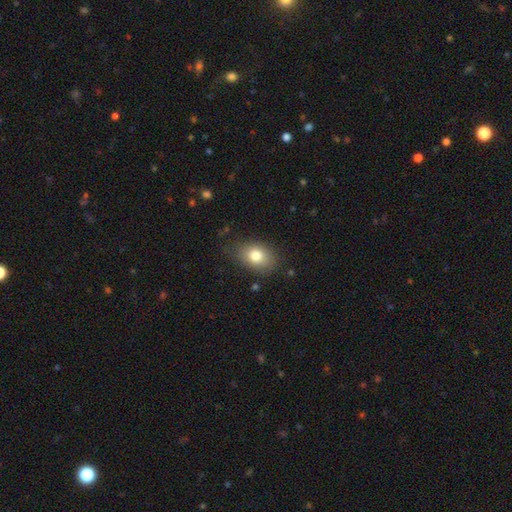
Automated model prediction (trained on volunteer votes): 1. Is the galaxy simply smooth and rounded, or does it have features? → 80% smooth, 12% featured or disk, 9% star or artifact.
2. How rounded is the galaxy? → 78% in between, 21% round, 1% cigar-shaped.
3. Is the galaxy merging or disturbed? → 74% none, 19% minor disturbance, 5% major disturbance, 2% merger.